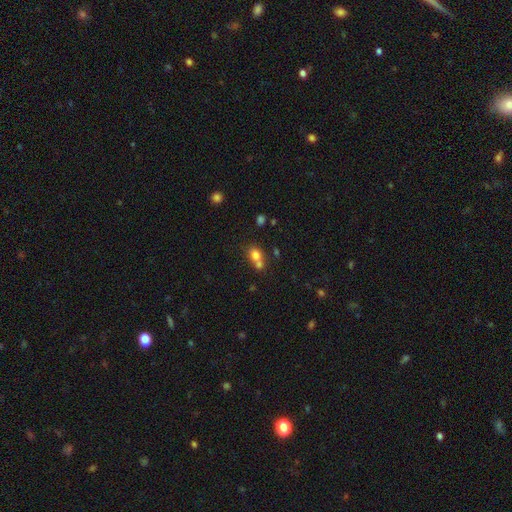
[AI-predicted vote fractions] Overall: smooth (76%). How rounded: round (62%; in between 36%). Merging: merger (51%; none 38%).